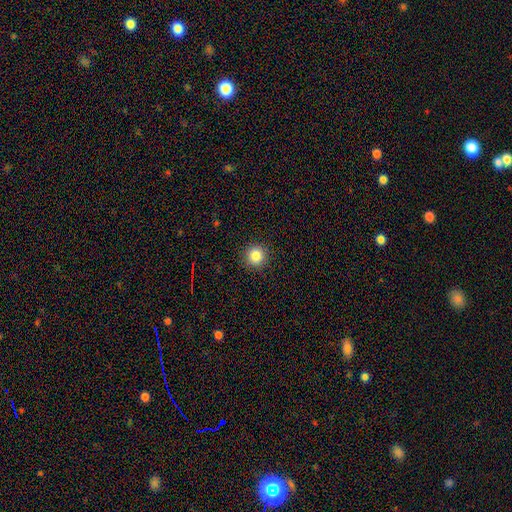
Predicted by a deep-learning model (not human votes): This appears to be a smooth galaxy with no disk features (84%) that is round (94%). Merging: none (92%).